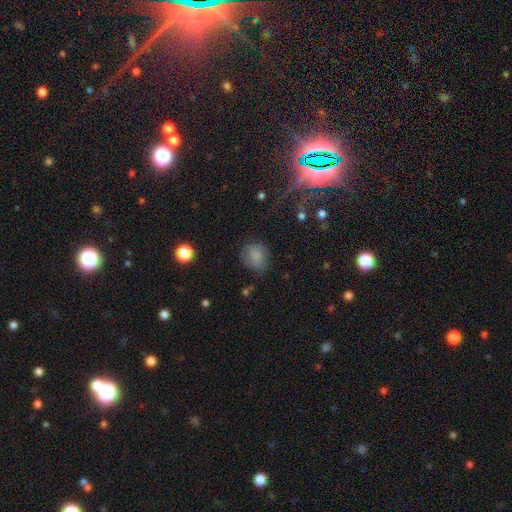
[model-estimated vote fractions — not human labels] Morphology: type=smooth (80%); roundness=round (64%); merging=none (62%).